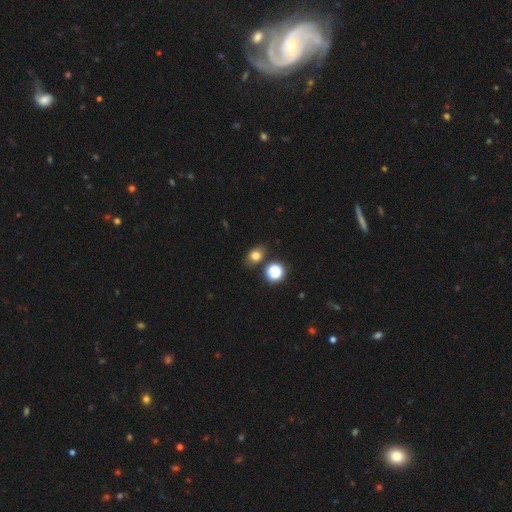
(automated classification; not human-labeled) Smooth or featured? Predicted: smooth (p=0.75). How rounded? Predicted: in between (p=0.57). Merging? Predicted: none (p=0.78).